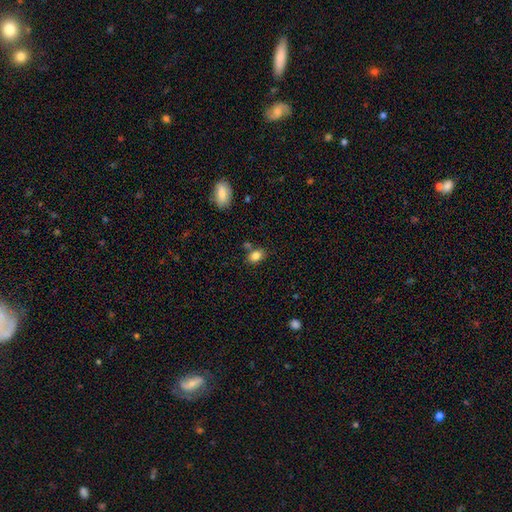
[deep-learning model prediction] smooth-or-featured: smooth: 83% | star or artifact: 10% | featured or disk: 7%
  how-rounded: in between: 76% | round: 22% | cigar-shaped: 1%
  merging: none: 68% | minor disturbance: 15% | merger: 13% | major disturbance: 4%